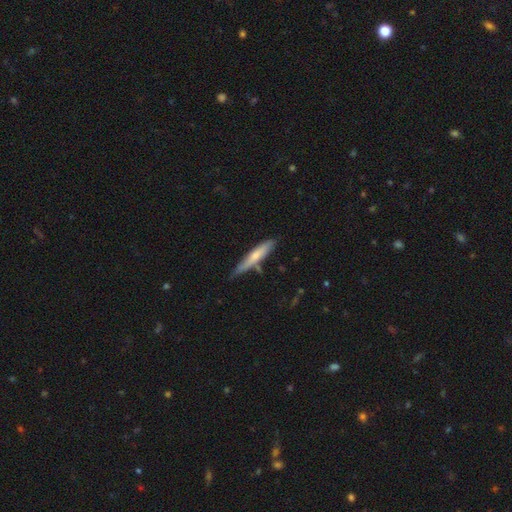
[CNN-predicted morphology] Smooth or featured? smooth (61%)
How rounded? cigar-shaped (89%)
Merging? none (68%)